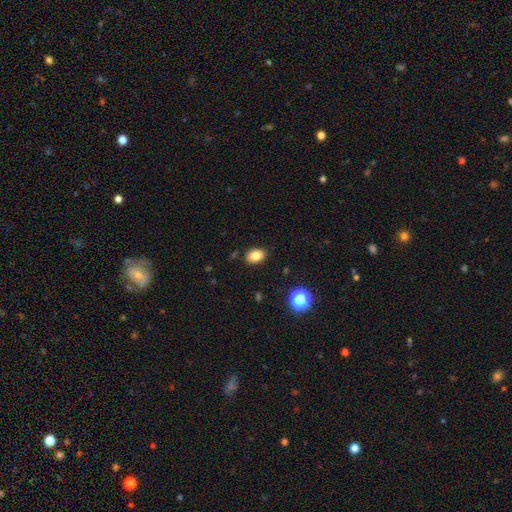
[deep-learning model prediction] Smooth or featured: smooth — 83% (star or artifact — 10%)
How rounded: in between — 79% (round — 20%)
Merging: none — 87% (minor disturbance — 9%)